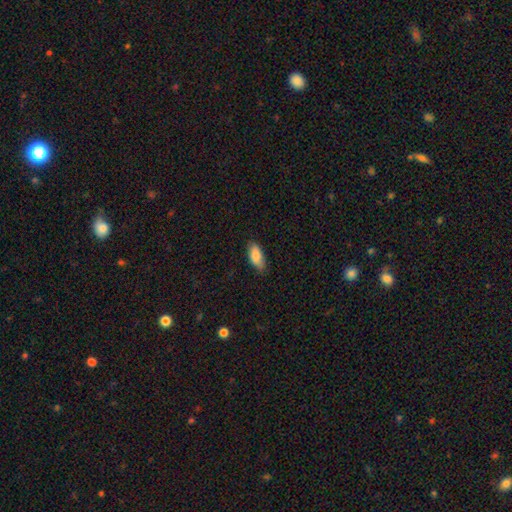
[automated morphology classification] smooth_or_featured: smooth (p=0.85) [alt: featured or disk p=0.08]
how_rounded: in between (p=0.88) [alt: cigar-shaped p=0.10]
merging: none (p=0.80) [alt: minor disturbance p=0.16]